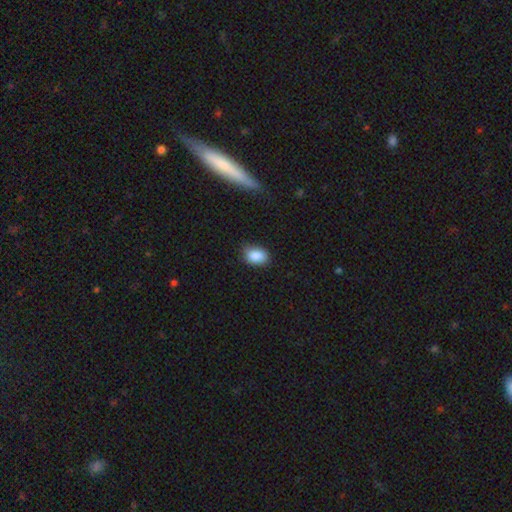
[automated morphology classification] A smooth galaxy with no disk features (87%) that is in between round and cigar-shaped (79%).

Vote fractions:
- Smooth or featured? smooth: 87% / star or artifact: 9% / featured or disk: 5%
- How rounded? in between: 79% / round: 20% / cigar-shaped: 1%
- Merging? none: 74% / minor disturbance: 21% / major disturbance: 3% / merger: 1%